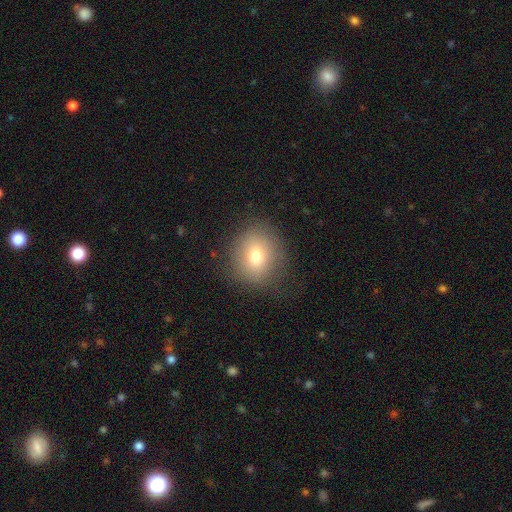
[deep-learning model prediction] smooth-or-featured: smooth: 73% | featured or disk: 14% | star or artifact: 12%
  how-rounded: round: 76% | in between: 23% | cigar-shaped: 1%
  merging: none: 81% | minor disturbance: 12% | major disturbance: 5% | merger: 1%